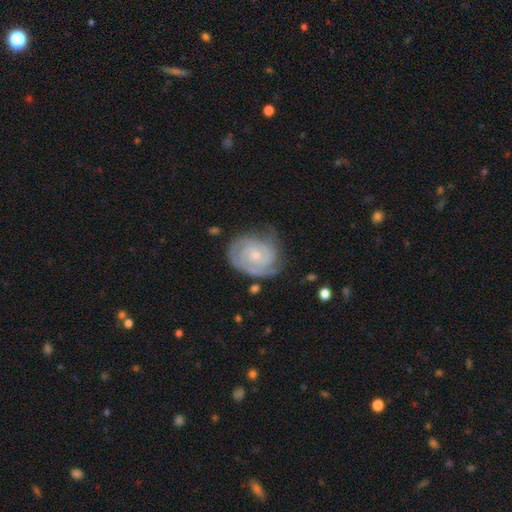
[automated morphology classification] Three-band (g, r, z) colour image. It shows a featured or disk galaxy (84%) with no bar (71%), 2 (41%) tight (75%) spiral arms (96%) and a small central bulge (66%). Merging: none (66%).